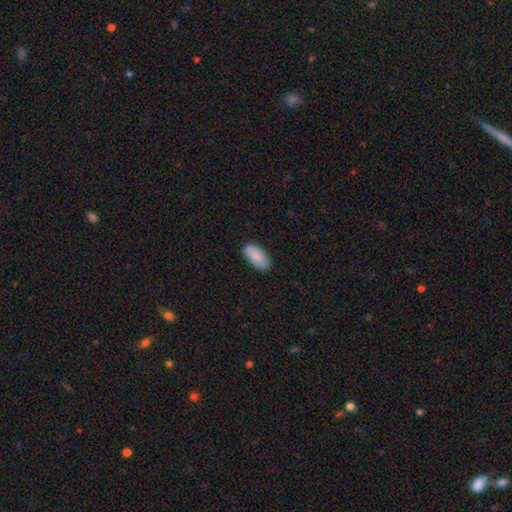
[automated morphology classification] Overall: smooth (88%). How rounded: in between (92%). Merging: none (82%).